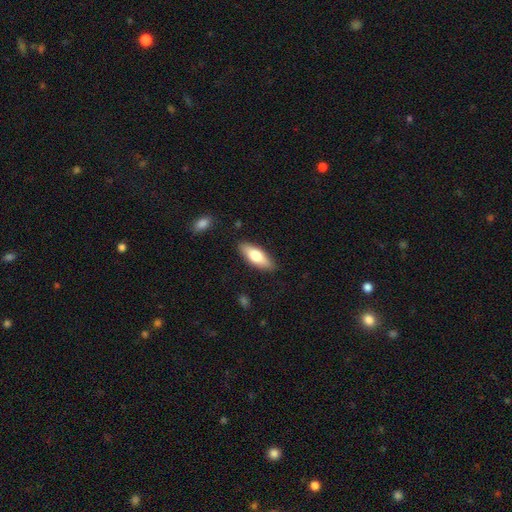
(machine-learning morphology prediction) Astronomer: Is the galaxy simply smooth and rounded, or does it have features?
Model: smooth — 70%.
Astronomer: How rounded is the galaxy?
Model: in between — 70%.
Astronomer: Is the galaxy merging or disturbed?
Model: none — 87%.